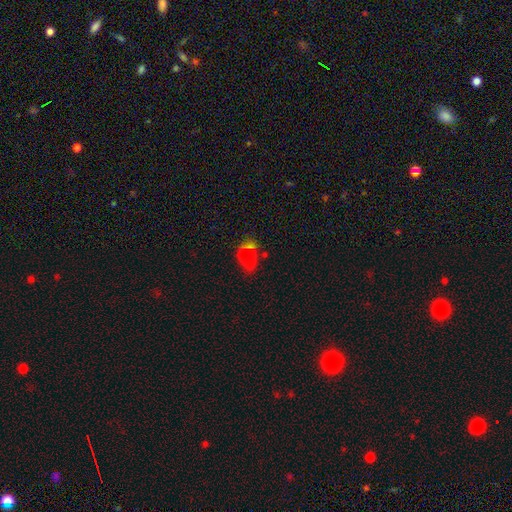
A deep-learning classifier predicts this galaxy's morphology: Overall: smooth (51%; featured or disk 30%). How rounded: in between (65%; round 31%). Merging: none (31%; merger 30%).